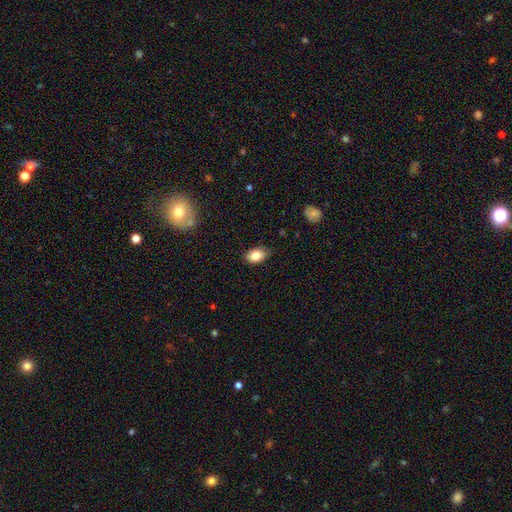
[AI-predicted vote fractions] The model was most divided on "merging": none: 82%, minor disturbance: 15%, major disturbance: 2%, merger: 1%. More confident: how rounded — in between (88%); smooth or featured — smooth (83%).